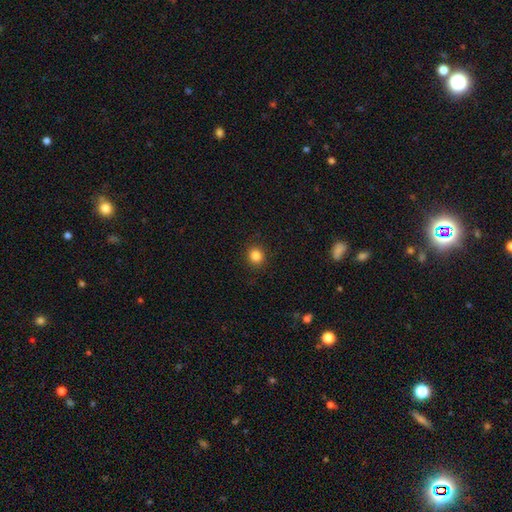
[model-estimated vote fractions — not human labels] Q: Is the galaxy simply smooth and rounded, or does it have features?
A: smooth — 85%.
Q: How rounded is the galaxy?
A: round — 88%.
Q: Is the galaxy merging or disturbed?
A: none — 91%.